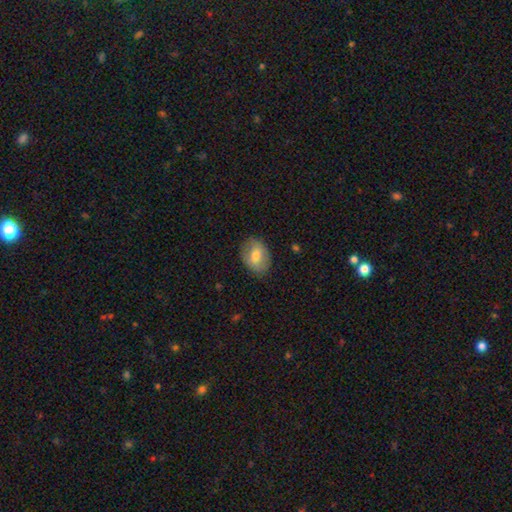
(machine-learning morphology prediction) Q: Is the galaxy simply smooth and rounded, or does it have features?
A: smooth — 70%.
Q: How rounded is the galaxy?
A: in between — 72%.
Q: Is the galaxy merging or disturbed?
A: none — 82%.